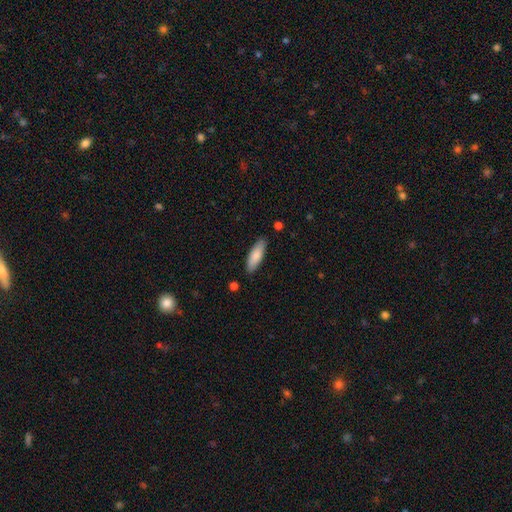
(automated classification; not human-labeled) A smooth galaxy with no disk features (82%) that is in between round and cigar-shaped (51%). Merging: none (86%).